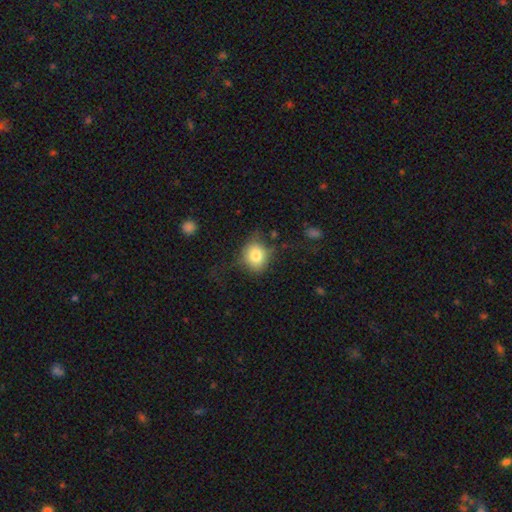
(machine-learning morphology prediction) Overall: smooth (78%). How rounded: round (75%). Merging: none (63%).